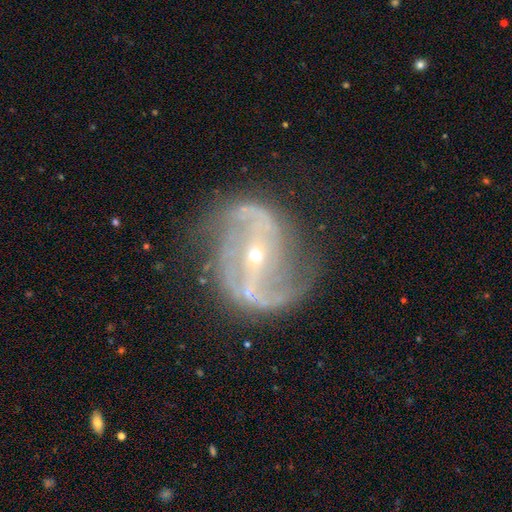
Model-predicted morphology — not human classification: Smooth or featured?
  - featured or disk: 90% *
  - star or artifact: 6%
  - smooth: 4%
Edge-on disk?
  - no: 97% *
  - yes: 3%
Bar?
  - strong: 44% *
  - weak: 30%
  - no: 26%
Spiral arms?
  - yes: 96% *
  - no: 4%
Spiral winding?
  - medium: 45% *
  - loose: 40%
  - tight: 15%
Spiral arm count?
  - 2: 87% *
  - can't tell: 4%
  - 3: 3%
  - 1: 2%
  - 4: 2%
  - more than 4: 2%
Bulge size?
  - small: 79% *
  - moderate: 18%
  - large: 1%
  - none: 1%
  - dominant: 1%
Merging?
  - none: 66% *
  - minor disturbance: 19%
  - major disturbance: 13%
  - merger: 2%